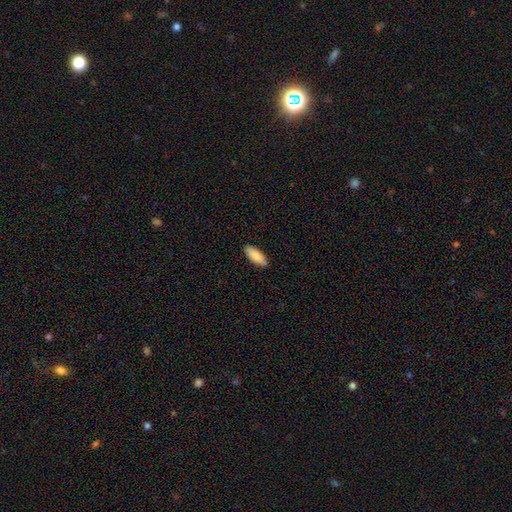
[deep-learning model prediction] Morphology: type=smooth (88%); roundness=in between (76%); merging=none (90%).